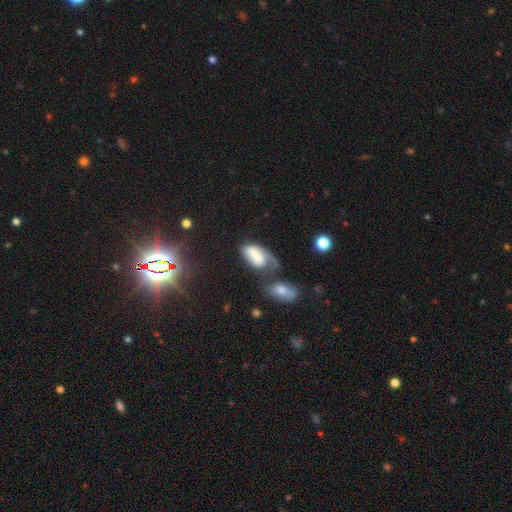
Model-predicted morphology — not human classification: smooth 61%, featured or disk 30%, star or artifact 10%. Down the decision tree: how rounded — in between (90%); merging — major disturbance (30%).